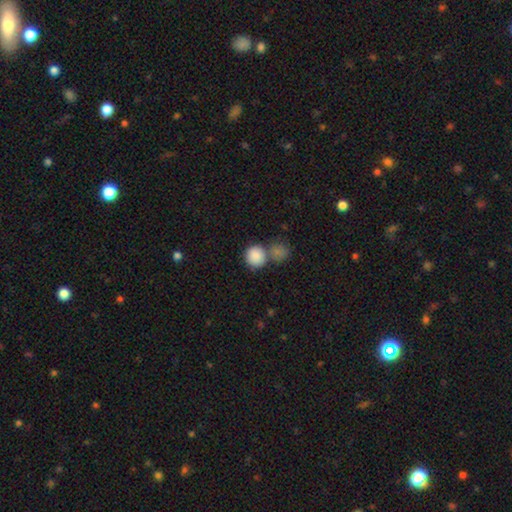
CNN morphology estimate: Overall: smooth (88%). How rounded: round (89%). Merging: none (51%; merger 36%).